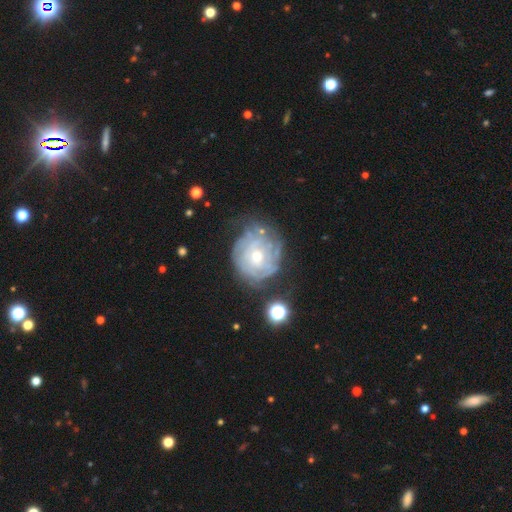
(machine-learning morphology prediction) smooth-or-featured: featured or disk: 78% | smooth: 14% | star or artifact: 8%
  disk-edge-on: no: 97% | yes: 3%
    bar: no: 75% | weak: 20% | strong: 4%
    has-spiral-arms: yes: 83% | no: 17%
      spiral-winding: tight: 76% | medium: 18% | loose: 6%
      spiral-arm-count: can't tell: 58% | 2: 10% | 3: 10% | 4: 10% | more than 4: 6% | 1: 5%
    bulge-size: small: 55% | moderate: 42% | large: 2% | none: 1% | dominant: 1%
  merging: none: 61% | minor disturbance: 23% | major disturbance: 13% | merger: 4%